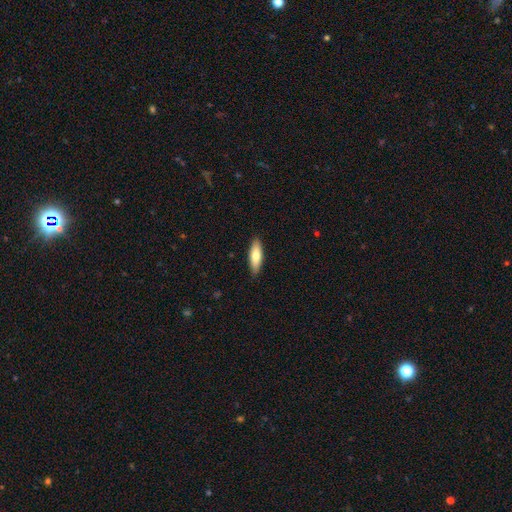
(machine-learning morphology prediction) smooth_or_featured: smooth (p=0.75) [alt: featured or disk p=0.19]
how_rounded: in between (p=0.51) [alt: cigar-shaped p=0.47]
merging: none (p=0.88) [alt: minor disturbance p=0.10]